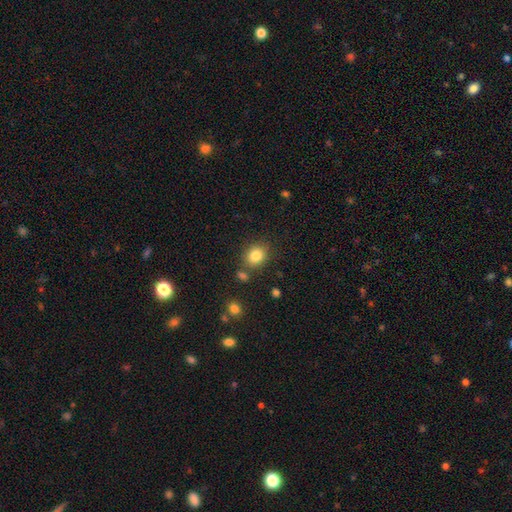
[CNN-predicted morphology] Smooth or featured? Predicted: smooth (p=0.83). How rounded? Predicted: round (p=0.63). Merging? Predicted: none (p=0.78).